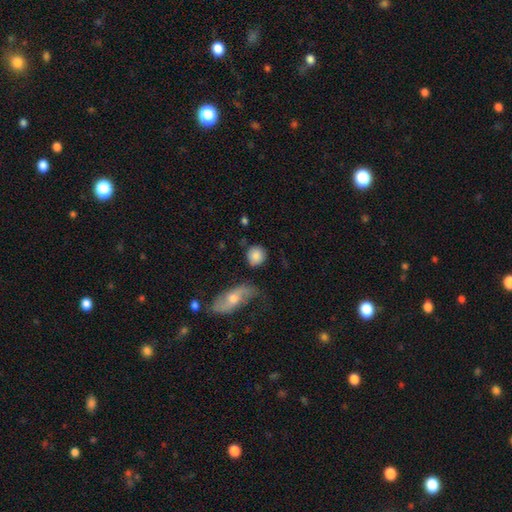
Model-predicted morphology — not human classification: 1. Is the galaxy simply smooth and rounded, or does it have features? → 83% smooth, 10% featured or disk, 7% star or artifact.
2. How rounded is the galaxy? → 85% round, 13% in between, 2% cigar-shaped.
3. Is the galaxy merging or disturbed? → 76% none, 13% minor disturbance, 6% merger, 5% major disturbance.